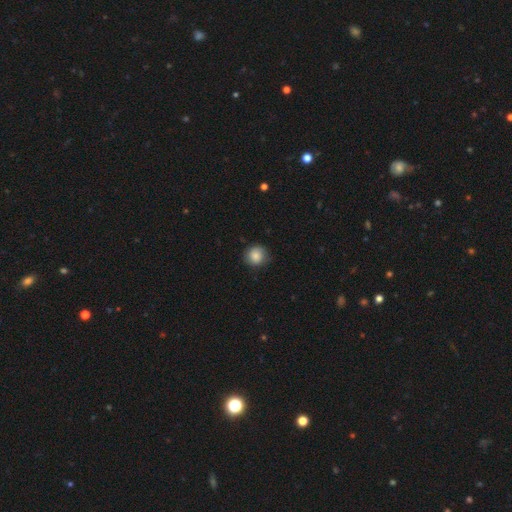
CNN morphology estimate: smooth 83%, star or artifact 9%, featured or disk 8%. Down the decision tree: how rounded — round (89%); merging — none (80%).